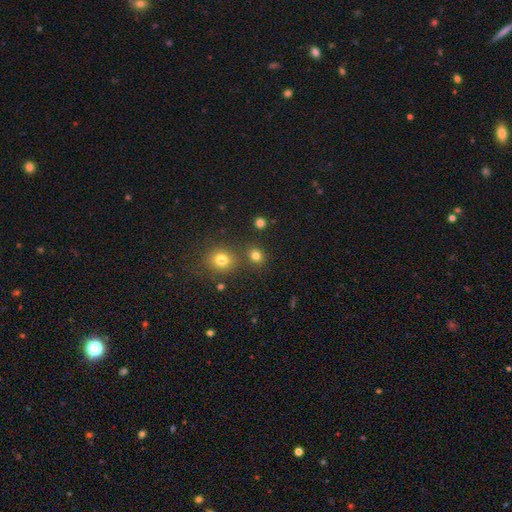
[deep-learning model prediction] smooth_or_featured: smooth (p=0.78) [alt: star or artifact p=0.17]
how_rounded: round (p=0.80) [alt: in between p=0.19]
merging: none (p=0.78) [alt: merger p=0.11]